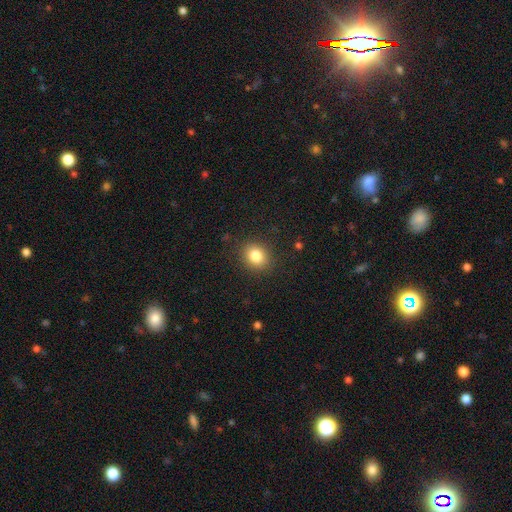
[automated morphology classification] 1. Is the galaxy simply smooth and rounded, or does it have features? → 83% smooth, 11% star or artifact, 7% featured or disk.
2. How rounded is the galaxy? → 66% round, 33% in between, 1% cigar-shaped.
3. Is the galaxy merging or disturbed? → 88% none, 8% minor disturbance, 3% major disturbance, 1% merger.